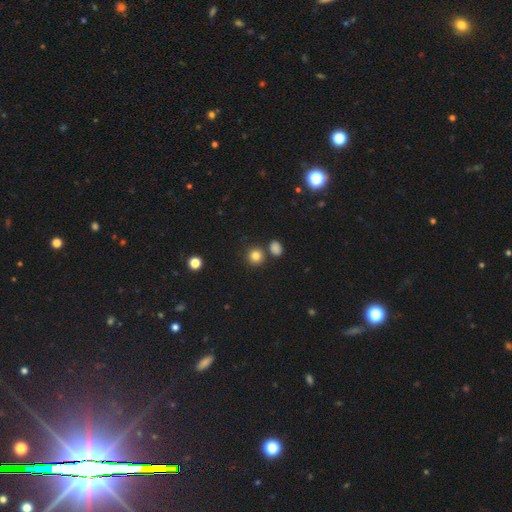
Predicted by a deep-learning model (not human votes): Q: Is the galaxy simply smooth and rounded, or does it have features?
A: smooth — 82%.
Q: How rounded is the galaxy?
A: round — 90%.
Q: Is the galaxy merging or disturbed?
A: none — 79%.